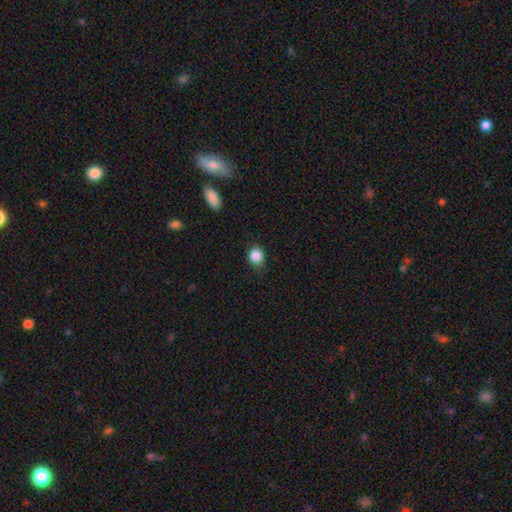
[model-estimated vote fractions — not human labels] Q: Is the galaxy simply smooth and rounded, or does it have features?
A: smooth — 86%.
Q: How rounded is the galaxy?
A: round — 71%.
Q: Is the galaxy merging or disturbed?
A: none — 80%.